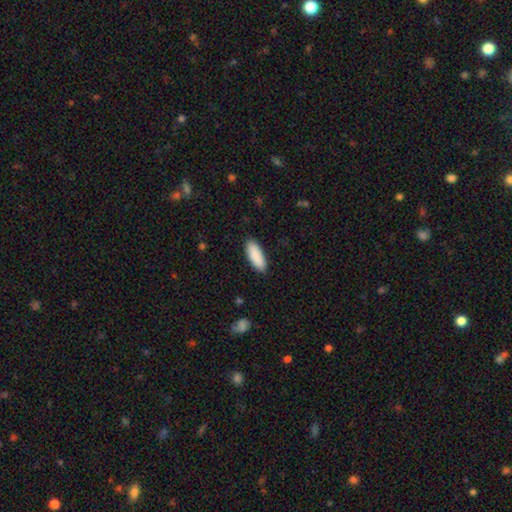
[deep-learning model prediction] smooth 90%, star or artifact 5%, featured or disk 4%. Down the decision tree: how rounded — in between (70%); merging — none (89%).